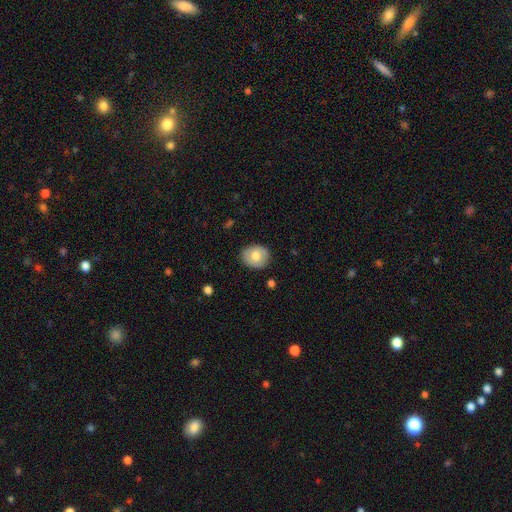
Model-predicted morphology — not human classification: A smooth galaxy with no disk features (71%) that is round (58%).

Vote fractions:
- Smooth or featured? smooth: 71% / featured or disk: 22% / star or artifact: 7%
- How rounded? round: 58% / in between: 41% / cigar-shaped: 1%
- Merging? none: 85% / minor disturbance: 11% / major disturbance: 2% / merger: 1%